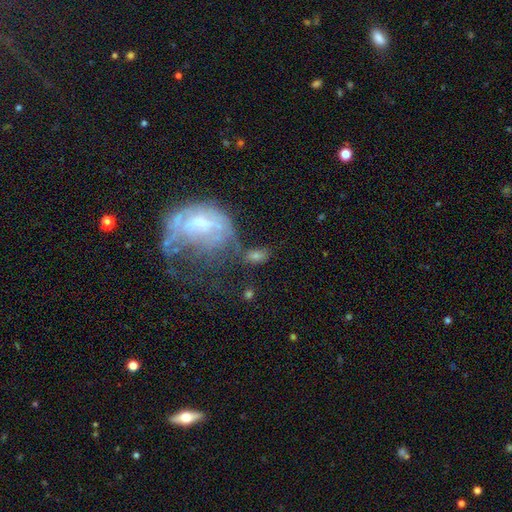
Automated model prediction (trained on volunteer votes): smooth-or-featured: featured or disk: 46% | smooth: 38% | star or artifact: 16%
  merging: none: 42% | major disturbance: 22% | minor disturbance: 20% | merger: 17%